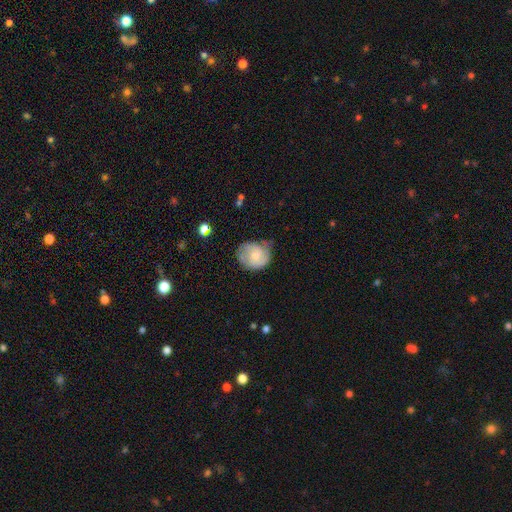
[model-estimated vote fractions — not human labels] A featured or disk galaxy (47%). Merging: none (55%).